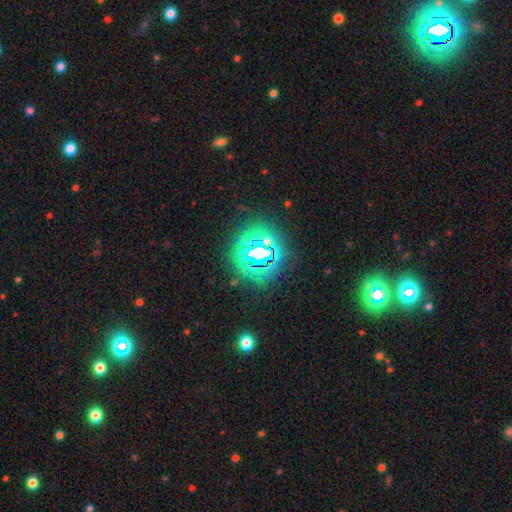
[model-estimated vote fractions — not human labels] Q: Smooth or featured?
A: star or artifact (78%); runner-up: smooth (13%)